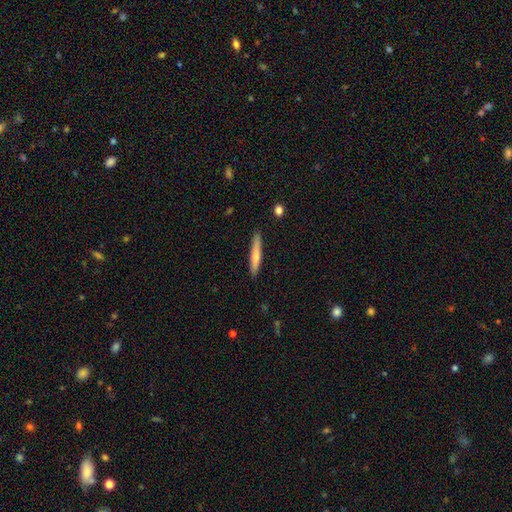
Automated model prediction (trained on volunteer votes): smooth_or_featured: smooth (p=0.67) [alt: featured or disk p=0.27]
how_rounded: cigar-shaped (p=0.93) [alt: in between p=0.06]
merging: none (p=0.88) [alt: minor disturbance p=0.09]